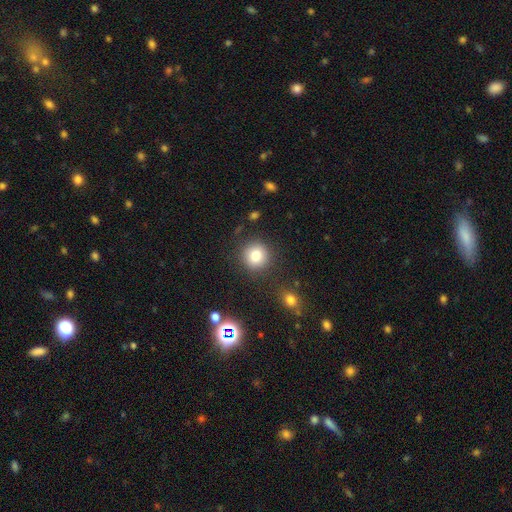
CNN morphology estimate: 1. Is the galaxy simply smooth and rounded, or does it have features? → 81% smooth, 12% star or artifact, 8% featured or disk.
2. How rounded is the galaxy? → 91% round, 8% in between, 1% cigar-shaped.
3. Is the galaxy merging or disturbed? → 86% none, 8% minor disturbance, 3% merger, 3% major disturbance.